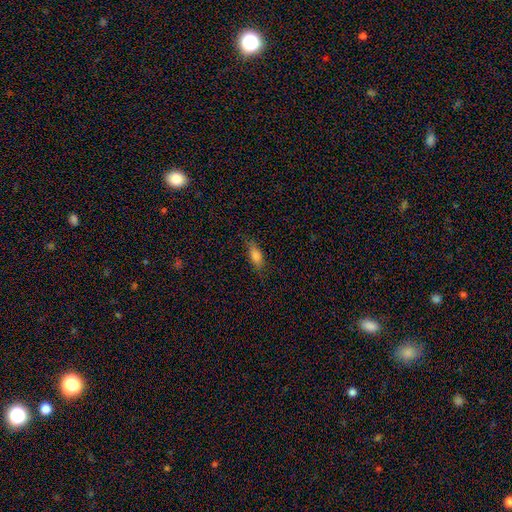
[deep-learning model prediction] Smooth or featured? smooth (78%)
How rounded? in between (71%)
Merging? none (75%)